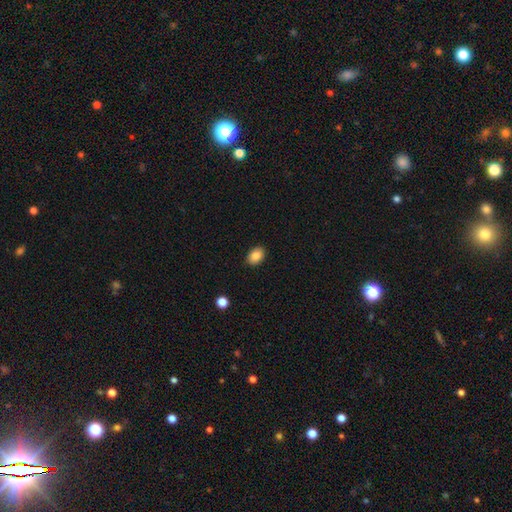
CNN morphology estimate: Overall: smooth (87%). How rounded: in between (80%). Merging: none (88%).